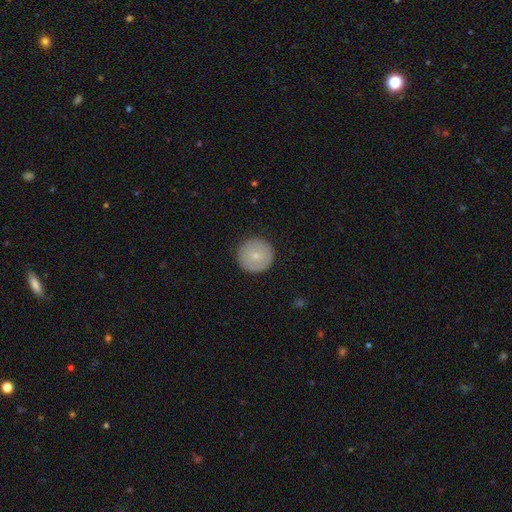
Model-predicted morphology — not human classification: This is likely a smooth galaxy (73%). How rounded: clearly round (96%). Merging: clearly none (91%).